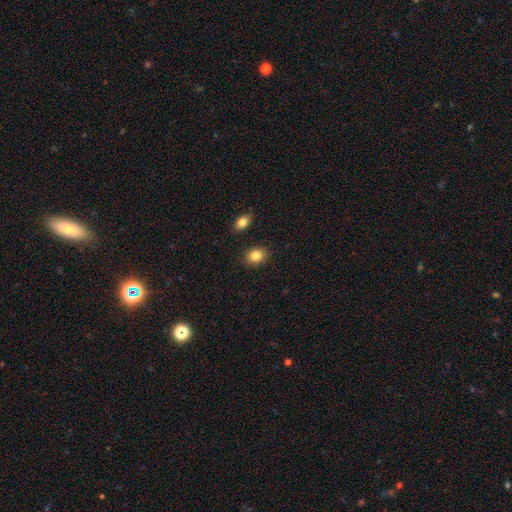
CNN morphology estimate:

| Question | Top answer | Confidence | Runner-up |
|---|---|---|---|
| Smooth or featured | smooth | 84% | star or artifact (9%) |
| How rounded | in between | 62% | round (37%) |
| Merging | none | 86% | minor disturbance (9%) |